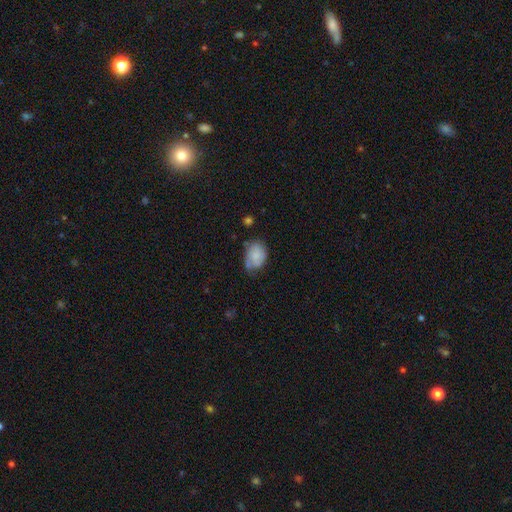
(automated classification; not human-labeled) Morphology: type=smooth (62%); roundness=in between (73%); merging=none (46%).